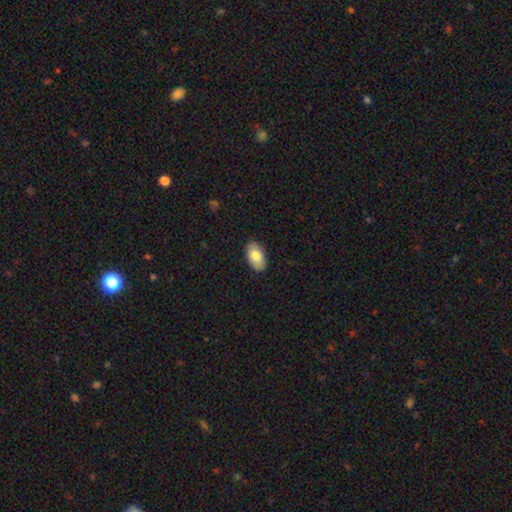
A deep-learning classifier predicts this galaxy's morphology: The model was most divided on "smooth or featured": smooth: 79%, featured or disk: 14%, star or artifact: 6%. More confident: how rounded — in between (94%); merging — none (88%).